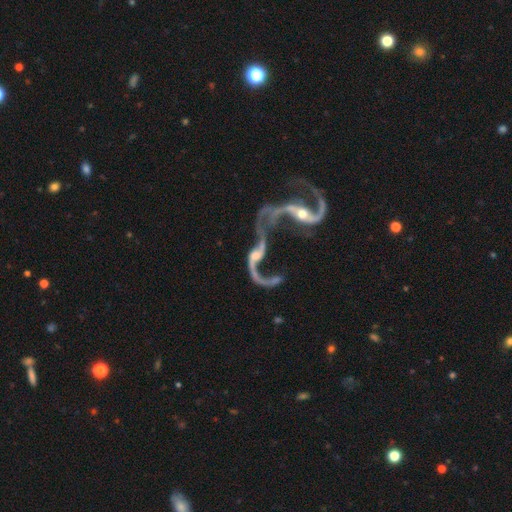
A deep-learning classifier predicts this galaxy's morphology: A featured or disk galaxy (84%) with no bar (57%), 2 (79%) loose (91%) spiral arms (82%) and a moderate central bulge (42%). Merging: merger (63%).